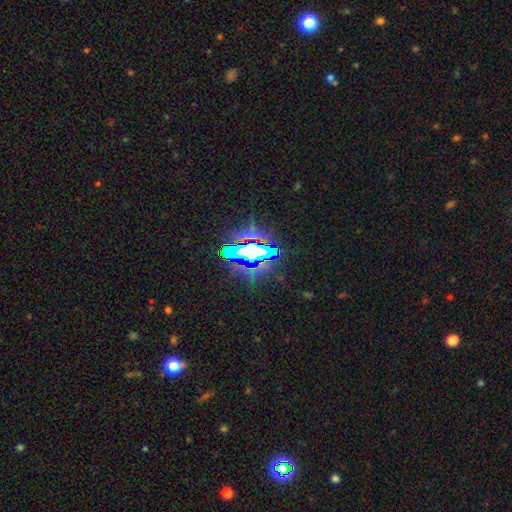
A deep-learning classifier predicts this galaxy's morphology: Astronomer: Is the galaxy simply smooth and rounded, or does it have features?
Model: star or artifact — 64%.